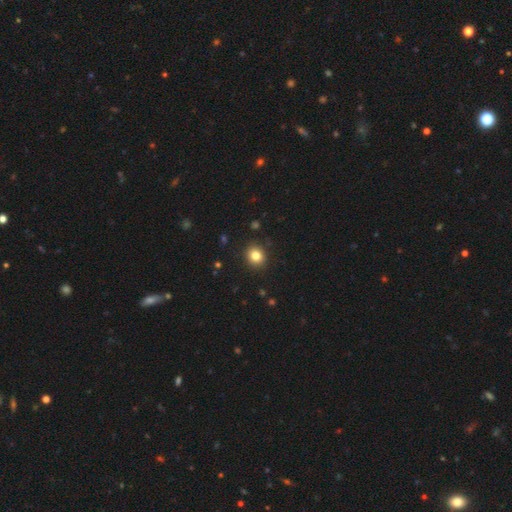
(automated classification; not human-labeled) This appears to be a smooth galaxy with no disk features (82%) that is round (74%). Merging: none (90%).